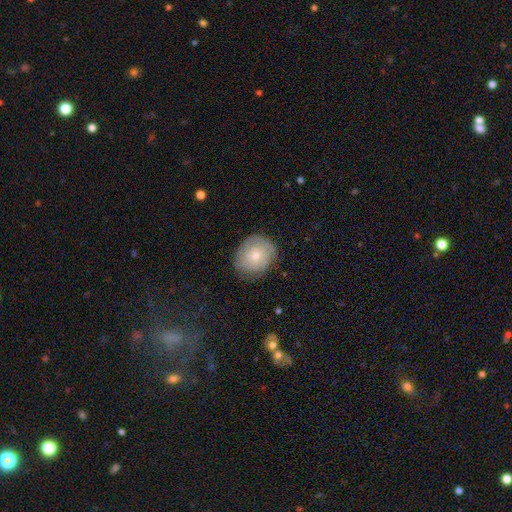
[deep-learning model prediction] Morphology: type=smooth (58%); roundness=round (65%); merging=none (72%).